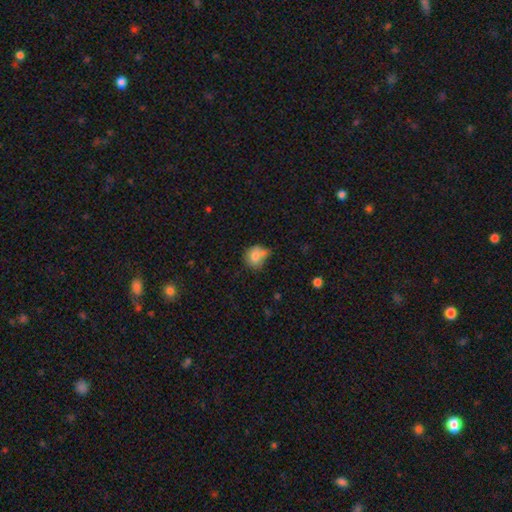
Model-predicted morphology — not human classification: smooth 76%, featured or disk 14%, star or artifact 10%. Down the decision tree: how rounded — round (67%); merging — none (45%).